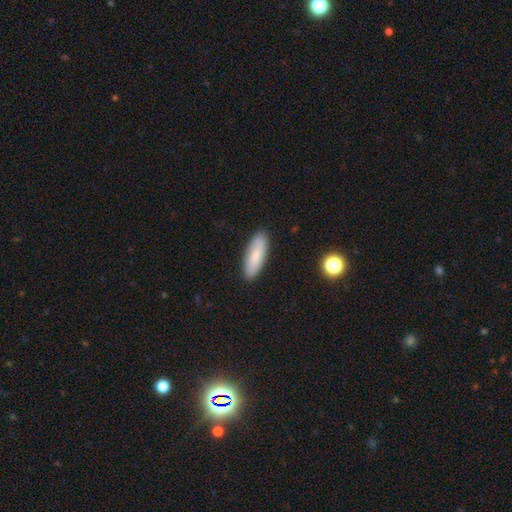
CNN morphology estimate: Smooth or featured? smooth (81%)
How rounded? in between (59%)
Merging? none (89%)